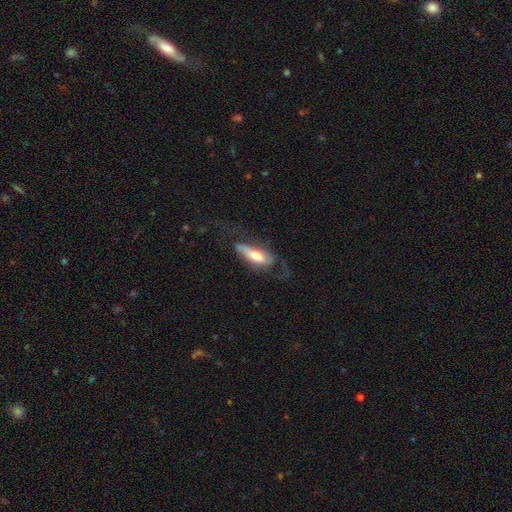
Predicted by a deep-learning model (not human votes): A smooth galaxy with no disk features (54%) that is in between round and cigar-shaped (54%). Merging: major disturbance (39%).